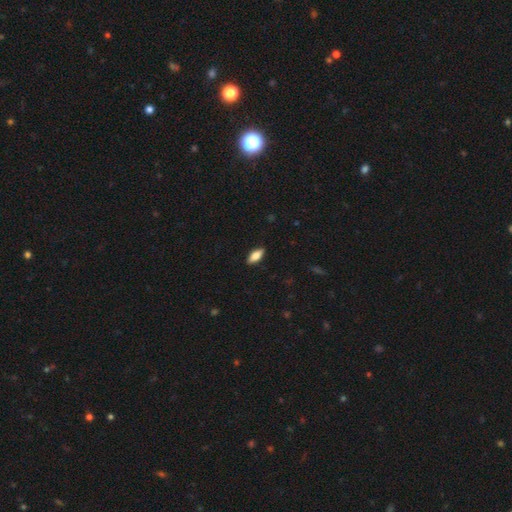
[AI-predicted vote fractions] Smooth or featured? smooth (74%)
How rounded? in between (78%)
Merging? none (89%)